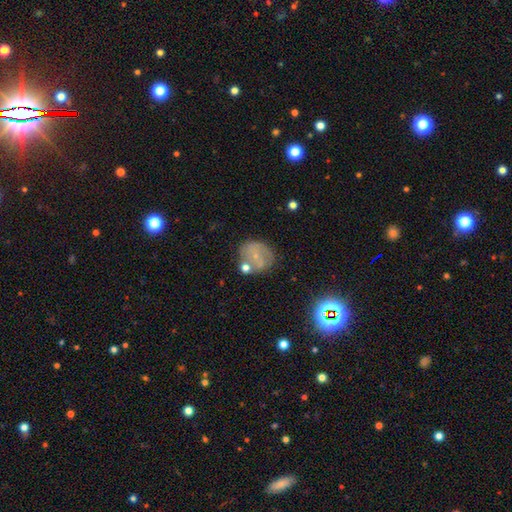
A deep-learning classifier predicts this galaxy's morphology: Smooth or featured? featured or disk (46%)
Merging? none (59%)